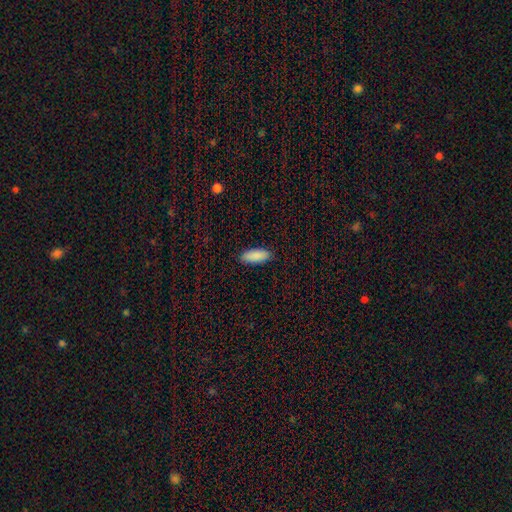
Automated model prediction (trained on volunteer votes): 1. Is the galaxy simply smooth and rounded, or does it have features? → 90% smooth, 6% star or artifact, 4% featured or disk.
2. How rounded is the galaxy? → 74% in between, 25% cigar-shaped, 2% round.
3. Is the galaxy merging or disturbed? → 88% none, 9% minor disturbance, 2% major disturbance, 1% merger.